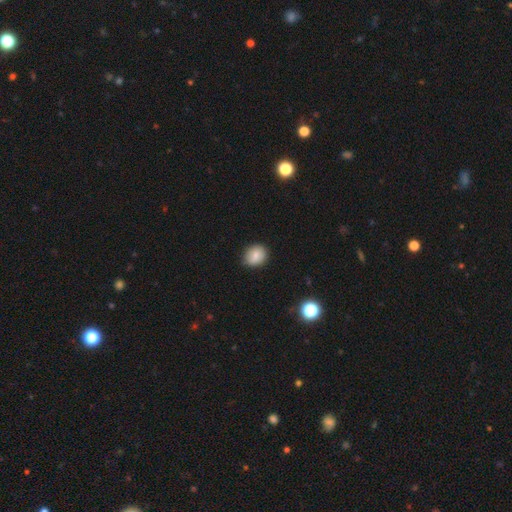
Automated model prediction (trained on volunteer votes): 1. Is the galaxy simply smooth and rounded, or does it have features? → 82% smooth, 9% star or artifact, 9% featured or disk.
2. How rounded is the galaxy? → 63% round, 36% in between, 1% cigar-shaped.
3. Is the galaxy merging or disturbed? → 82% none, 14% minor disturbance, 2% major disturbance, 1% merger.